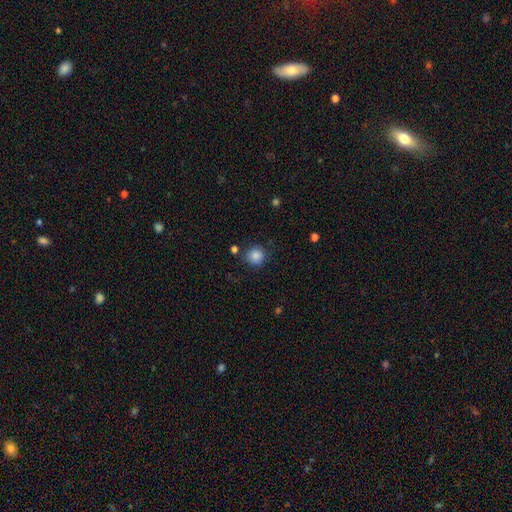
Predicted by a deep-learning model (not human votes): A smooth galaxy with no disk features (86%) that is round (89%). Merging: none (82%).